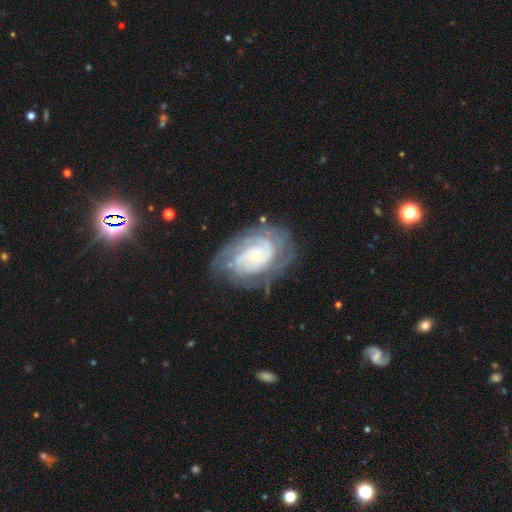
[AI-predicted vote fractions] This is clearly a featured or disk galaxy (86%). It is clearly not viewed edge-on (96%). Bar: likely no (72%). Spiral arm pattern: clearly yes (95%). Spiral arm count: marginally can't tell (33%). Spiral winding: likely tight (71%). Central bulge: likely small (70%). Merging: likely none (69%).